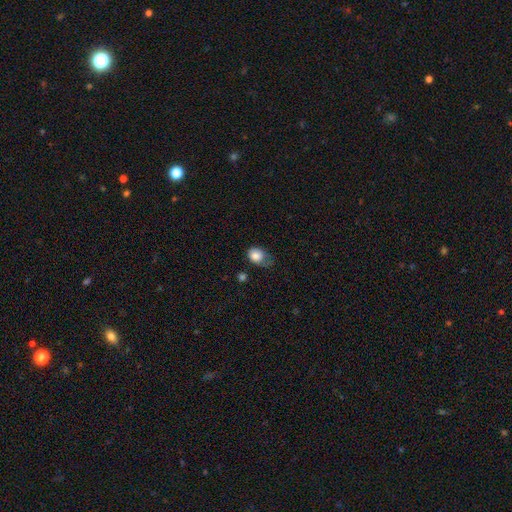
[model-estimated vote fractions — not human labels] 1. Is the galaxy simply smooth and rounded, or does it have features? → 82% smooth, 9% featured or disk, 8% star or artifact.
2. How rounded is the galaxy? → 50% in between, 49% round, 1% cigar-shaped.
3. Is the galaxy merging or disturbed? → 40% minor disturbance, 35% none, 22% major disturbance, 3% merger.